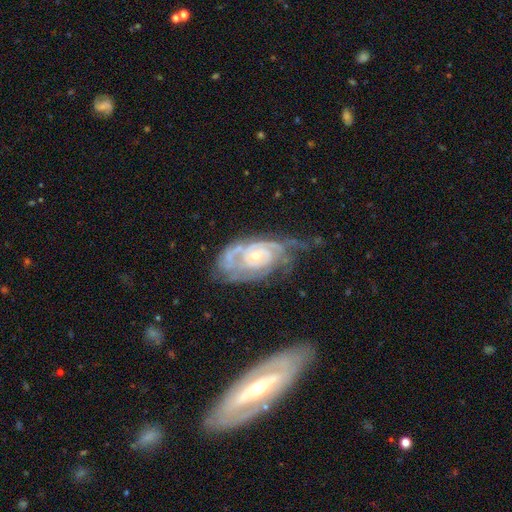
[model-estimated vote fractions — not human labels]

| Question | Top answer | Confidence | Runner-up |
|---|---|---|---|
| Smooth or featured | featured or disk | 87% | smooth (7%) |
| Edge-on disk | no | 96% | yes (4%) |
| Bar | no | 75% | weak (20%) |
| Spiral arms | yes | 94% | no (6%) |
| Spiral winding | tight | 70% | medium (24%) |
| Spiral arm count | can't tell | 32% | tied: 2 (32%) |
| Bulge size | small | 65% | moderate (31%) |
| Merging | none | 47% | minor disturbance (28%) |